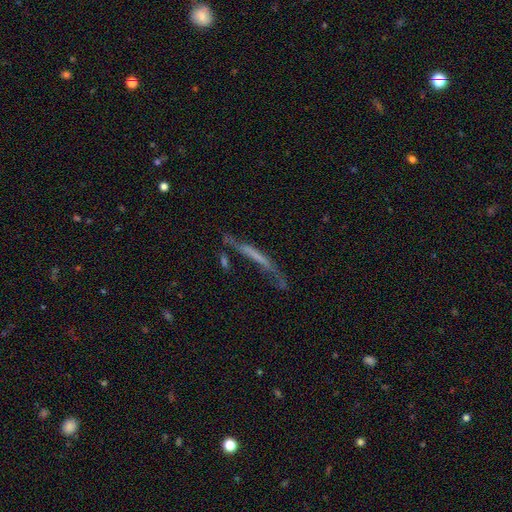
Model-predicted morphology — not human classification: smooth-or-featured: featured or disk: 51% | smooth: 38% | star or artifact: 11%
  disk-edge-on: yes: 72% | no: 28%
  merging: none: 40% | major disturbance: 25% | minor disturbance: 24% | merger: 11%